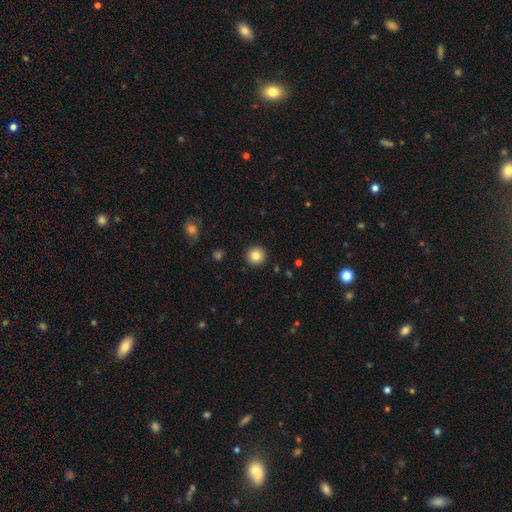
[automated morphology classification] A smooth galaxy with no disk features (83%) that is round (94%).

Vote fractions:
- Smooth or featured? smooth: 83% / star or artifact: 10% / featured or disk: 7%
- How rounded? round: 94% / in between: 5% / cigar-shaped: 1%
- Merging? none: 92% / minor disturbance: 5% / major disturbance: 2% / merger: 1%